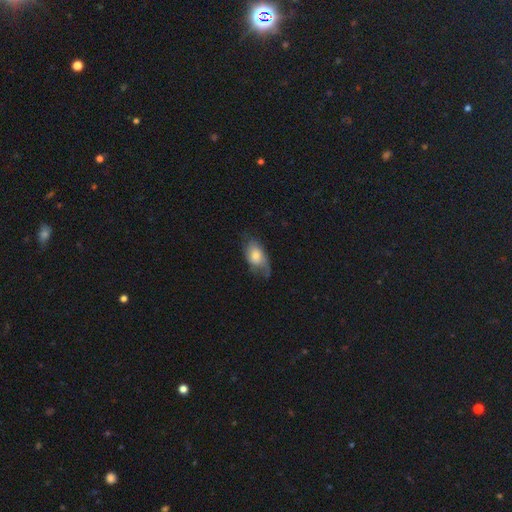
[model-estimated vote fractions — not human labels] smooth_or_featured: smooth (p=0.61) [alt: featured or disk p=0.32]
how_rounded: in between (p=0.90) [alt: round p=0.07]
merging: none (p=0.50) [alt: minor disturbance p=0.32]